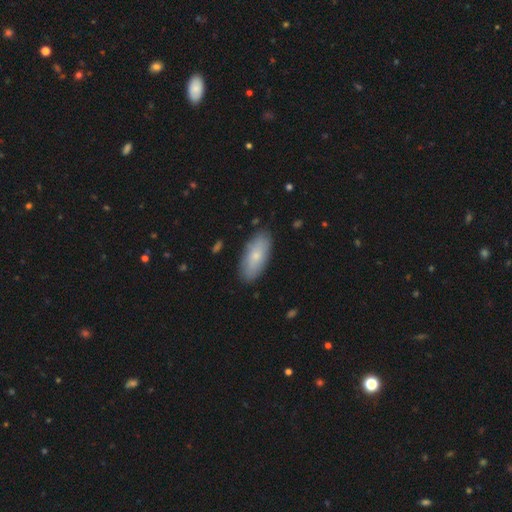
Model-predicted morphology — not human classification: The model was most divided on "smooth or featured": smooth: 74%, featured or disk: 20%, star or artifact: 6%. More confident: merging — none (86%); how rounded — in between (86%).